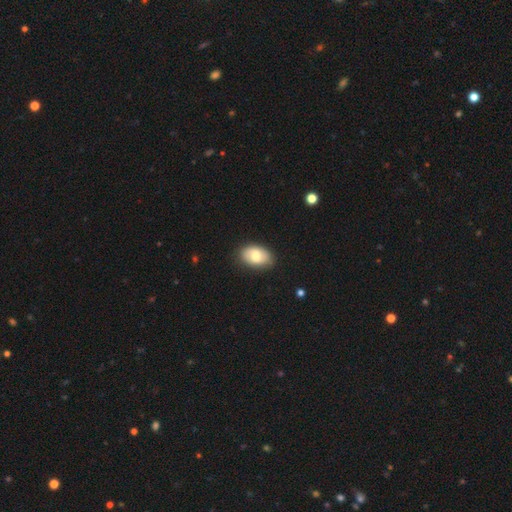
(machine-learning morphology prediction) This appears to be a smooth galaxy with no disk features (69%) that is in between round and cigar-shaped (90%). Merging: none (85%).